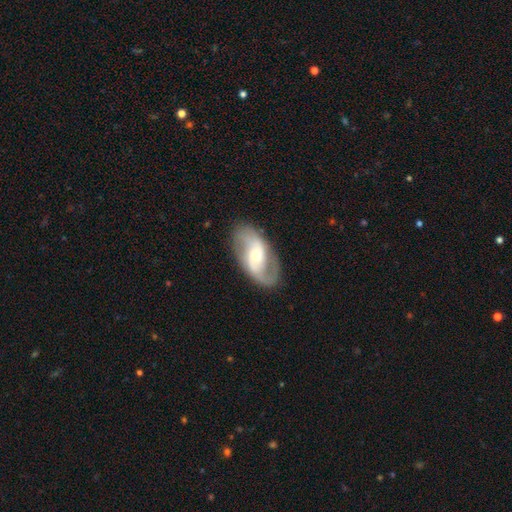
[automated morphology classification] Smooth or featured?
  - featured or disk: 81% *
  - smooth: 14%
  - star or artifact: 5%
Edge-on disk?
  - no: 95% *
  - yes: 5%
Bar?
  - weak: 40% *
  - no: 39%
  - strong: 21%
Spiral arms?
  - yes: 92% *
  - no: 8%
Spiral winding?
  - medium: 43% *
  - loose: 40%
  - tight: 17%
Spiral arm count?
  - 2: 87% *
  - can't tell: 5%
  - 1: 5%
  - 3: 1%
  - 4: 1%
  - more than 4: 1%
Bulge size?
  - moderate: 47% *
  - small: 46%
  - large: 5%
  - none: 1%
  - dominant: 1%
Merging?
  - none: 80% *
  - minor disturbance: 13%
  - major disturbance: 6%
  - merger: 1%